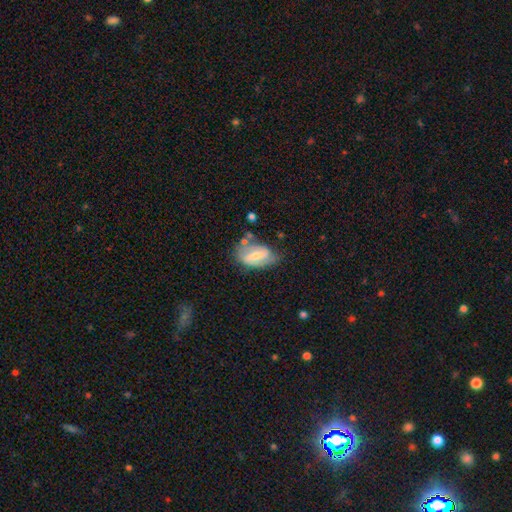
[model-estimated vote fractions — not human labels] A featured or disk galaxy (63%) with a weak bar (44%), spiral arms (80%) and a small central bulge (47%).

Vote fractions:
- Smooth or featured? featured or disk: 63% / smooth: 31% / star or artifact: 7%
- Edge-on disk? no: 95% / yes: 5%
- Bar? weak: 44% / strong: 37% / no: 19%
- Spiral arms? yes: 80% / no: 20%
- Bulge size? small: 47% / moderate: 44% / none: 5% / large: 3% / dominant: 1%
- Merging? none: 53% / minor disturbance: 29% / major disturbance: 12% / merger: 6%